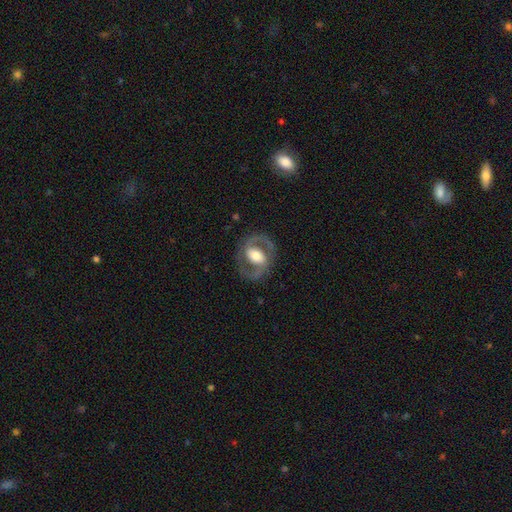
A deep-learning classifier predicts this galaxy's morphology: smooth-or-featured: featured or disk: 81% | smooth: 14% | star or artifact: 5%
  disk-edge-on: no: 97% | yes: 3%
    bar: weak: 39% | strong: 33% | no: 29%
    has-spiral-arms: yes: 85% | no: 15%
      spiral-winding: medium: 58% | tight: 23% | loose: 19%
      spiral-arm-count: 2: 91% | can't tell: 4% | 1: 3% | 3: 1% | 4: 1% | more than 4: 1%
    bulge-size: moderate: 53% | large: 32% | small: 11% | dominant: 3% | none: 2%
  merging: none: 79% | minor disturbance: 11% | major disturbance: 8% | merger: 1%